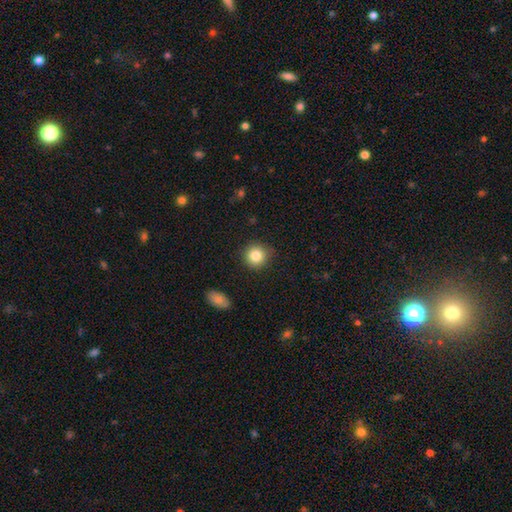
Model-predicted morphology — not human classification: Smooth or featured? smooth (84%)
How rounded? round (91%)
Merging? none (87%)